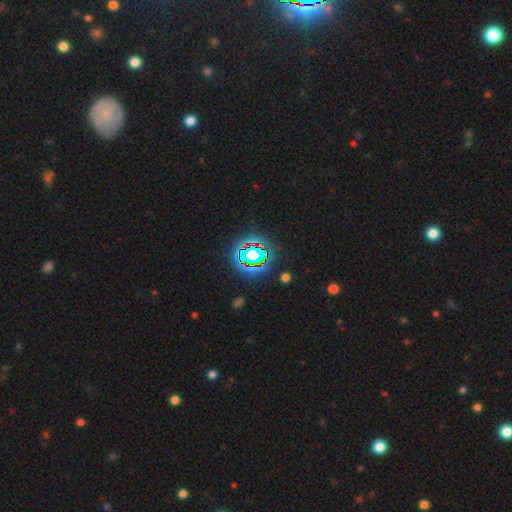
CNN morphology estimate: A star or artifact, not a galaxy (80%).